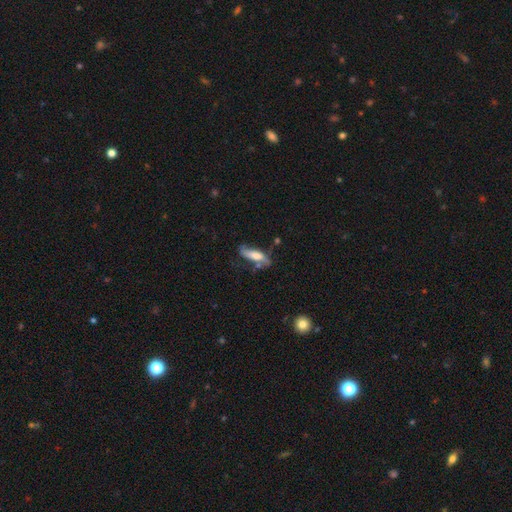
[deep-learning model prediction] A smooth galaxy with no disk features (52%) that is in between round and cigar-shaped (52%). Merging: none (49%).